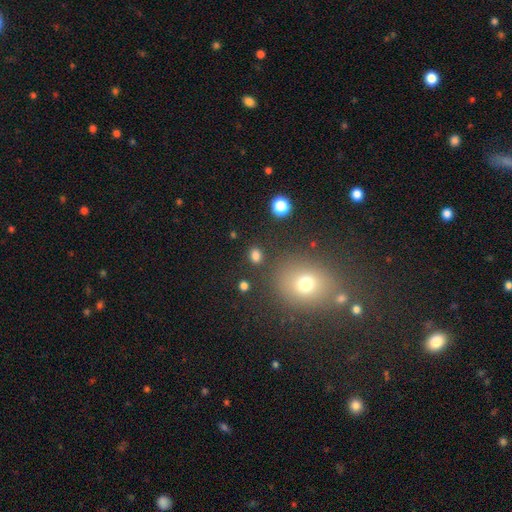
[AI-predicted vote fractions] Smooth or featured: smooth — 79% (star or artifact — 15%)
How rounded: in between — 52% (round — 46%)
Merging: none — 83% (minor disturbance — 9%)